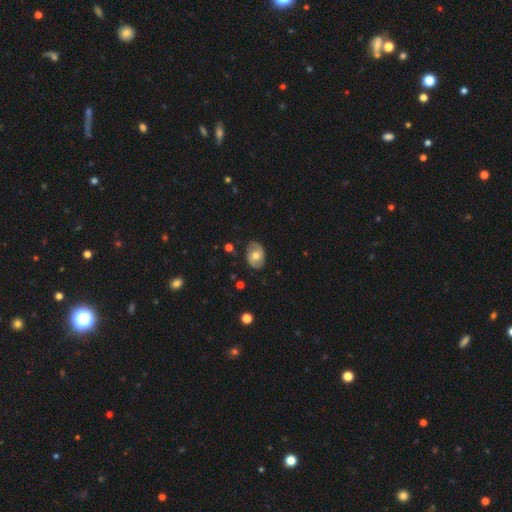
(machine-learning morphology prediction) type=featured or disk (55%); edge-on=no (95%); bar=no (71%); spiral arms=yes (59%); bulge=moderate (76%); merging=none (83%).